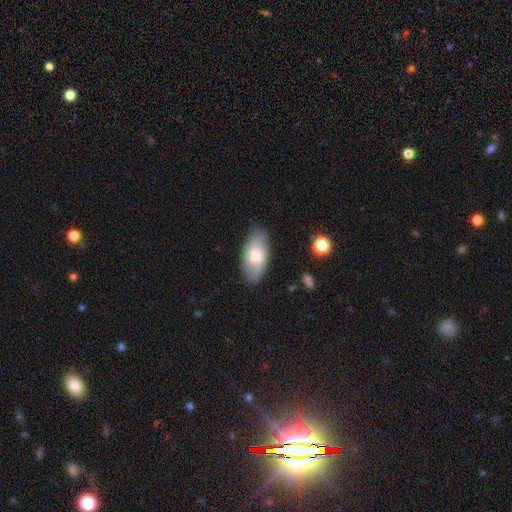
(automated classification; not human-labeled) Smooth or featured? Predicted: smooth (p=0.63). How rounded? Predicted: in between (p=0.92). Merging? Predicted: none (p=0.82).